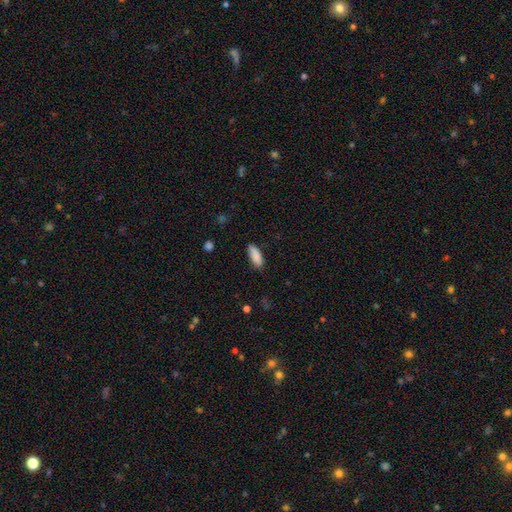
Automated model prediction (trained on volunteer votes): A smooth galaxy with no disk features (89%) that is in between round and cigar-shaped (73%).

Vote fractions:
- Smooth or featured? smooth: 89% / star or artifact: 6% / featured or disk: 4%
- How rounded? in between: 73% / cigar-shaped: 26% / round: 2%
- Merging? none: 84% / minor disturbance: 13% / major disturbance: 2% / merger: 1%